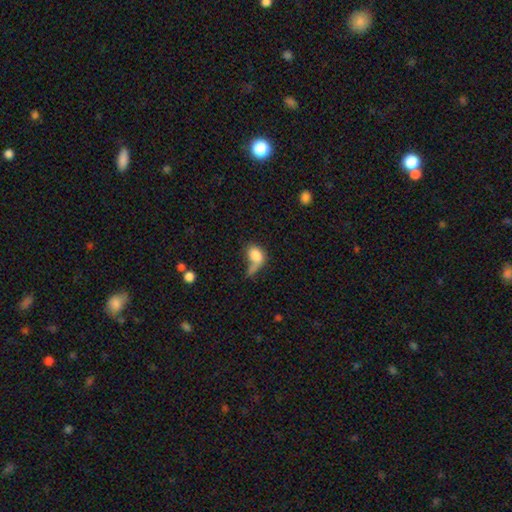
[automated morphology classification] The model was most divided on "merging": major disturbance: 36%, none: 23%, merger: 22%, minor disturbance: 20%. More confident: smooth or featured — smooth (76%); how rounded — in between (73%).